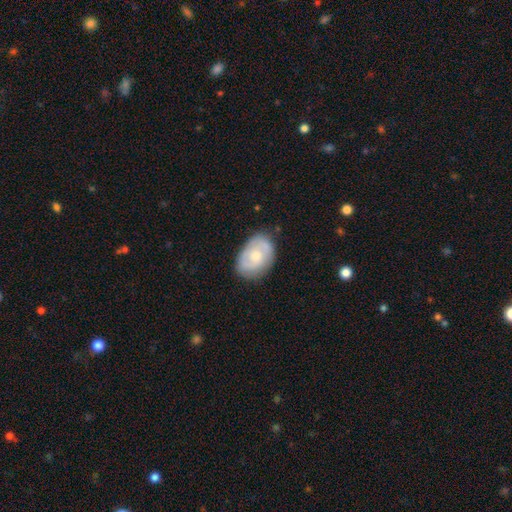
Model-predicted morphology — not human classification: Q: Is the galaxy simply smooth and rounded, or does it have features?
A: featured or disk — 51%.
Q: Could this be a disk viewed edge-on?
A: no — 96%.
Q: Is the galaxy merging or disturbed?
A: none — 74%.